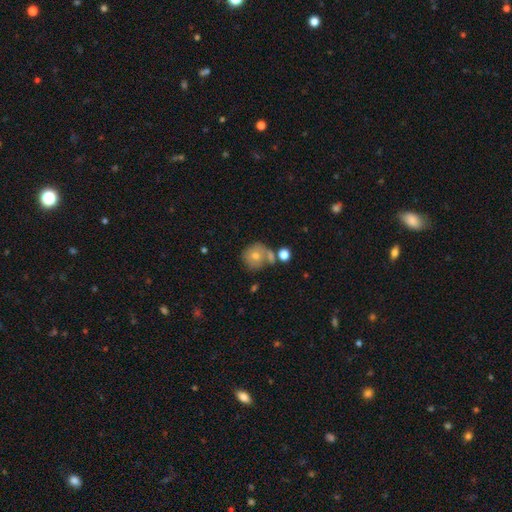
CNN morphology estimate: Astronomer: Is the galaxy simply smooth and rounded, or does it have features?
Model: smooth — 55% (runner-up: featured or disk, 33%).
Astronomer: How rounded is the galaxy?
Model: round — 87%.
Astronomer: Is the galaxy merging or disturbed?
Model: none — 56%.